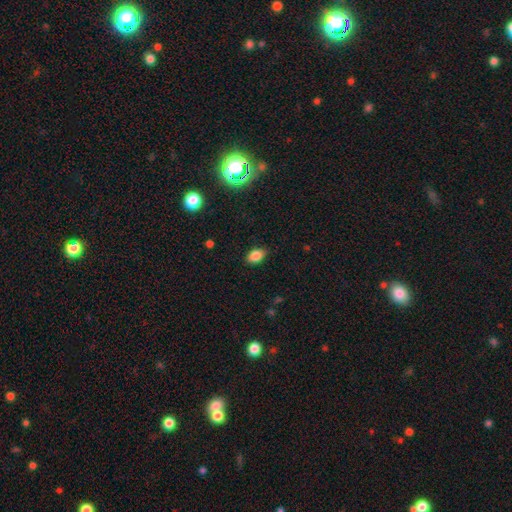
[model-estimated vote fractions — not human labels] smooth_or_featured: smooth (p=0.83) [alt: star or artifact p=0.10]
how_rounded: in between (p=0.84) [alt: round p=0.14]
merging: none (p=0.83) [alt: minor disturbance p=0.14]